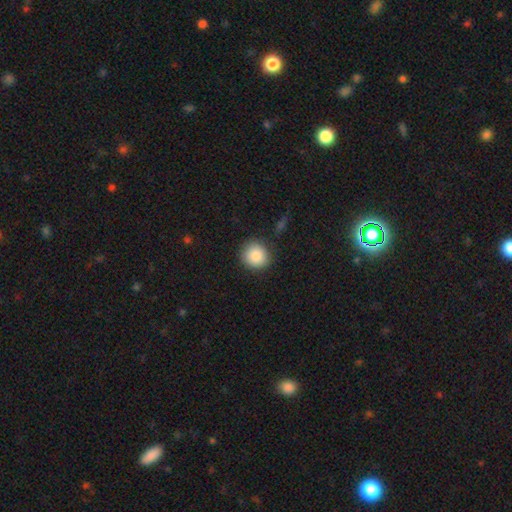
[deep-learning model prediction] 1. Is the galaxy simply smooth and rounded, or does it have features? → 88% smooth, 8% star or artifact, 4% featured or disk.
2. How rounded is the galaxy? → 89% round, 10% in between, 1% cigar-shaped.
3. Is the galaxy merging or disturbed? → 87% none, 8% minor disturbance, 3% major disturbance, 2% merger.